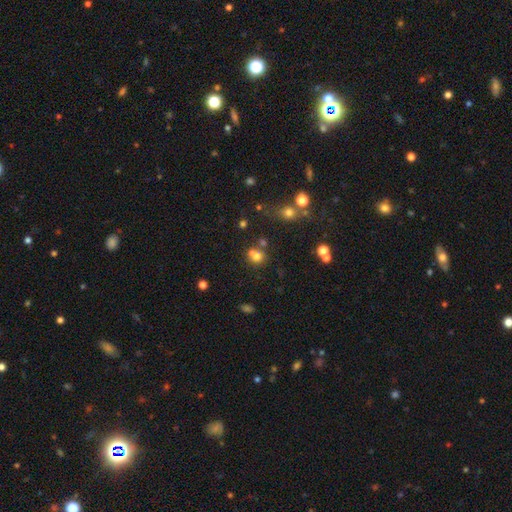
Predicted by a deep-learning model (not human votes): Smooth or featured? smooth (65%)
How rounded? round (81%)
Merging? none (48%)